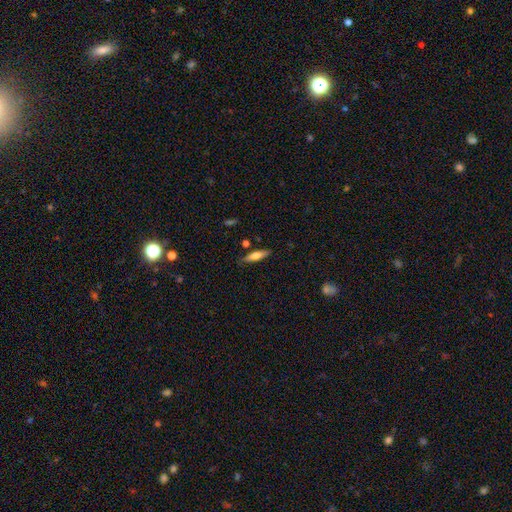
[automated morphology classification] Smooth or featured: smooth — 65% (featured or disk — 28%)
How rounded: cigar-shaped — 75% (in between — 23%)
Merging: none — 83% (minor disturbance — 12%)